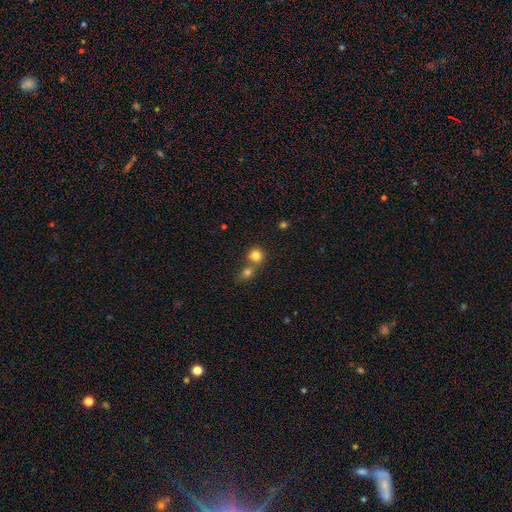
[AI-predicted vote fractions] A smooth galaxy with no disk features (81%) that is round (85%). Merging: none (47%).